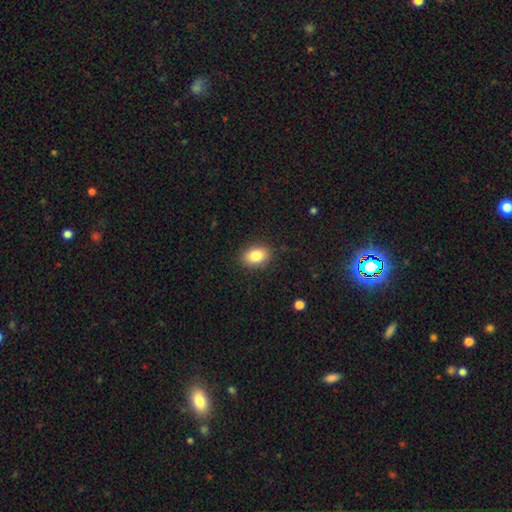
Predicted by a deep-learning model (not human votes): smooth_or_featured: smooth (p=0.84) [alt: star or artifact p=0.09]
how_rounded: in between (p=0.78) [alt: round p=0.21]
merging: none (p=0.88) [alt: minor disturbance p=0.08]